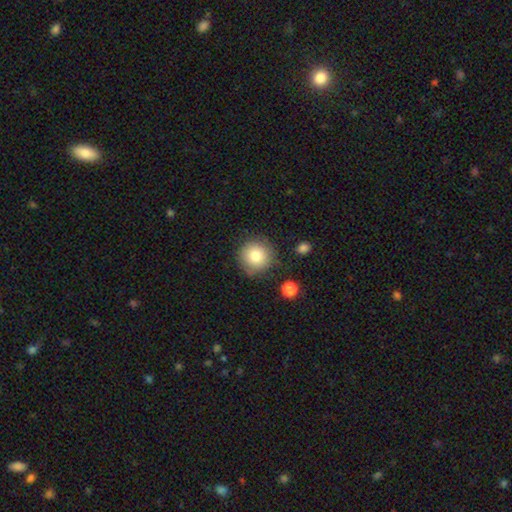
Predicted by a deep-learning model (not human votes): This appears to be a smooth galaxy with no disk features (81%) that is round (94%). Merging: none (80%).